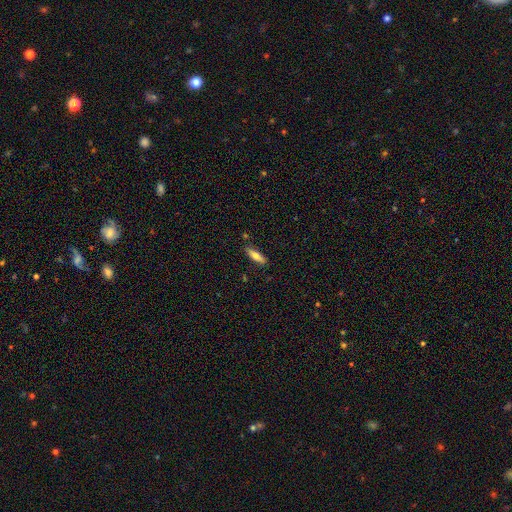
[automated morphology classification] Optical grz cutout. It shows a smooth galaxy with no disk features (64%) that is cigar-shaped (61%). Merging: none (84%).